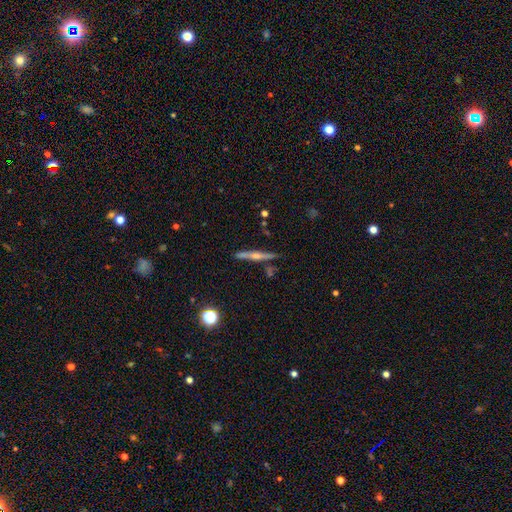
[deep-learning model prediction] Smooth or featured? Predicted: featured or disk (p=0.69). Edge-on disk? Predicted: yes (p=0.97). Edge-on bulge? Predicted: rounded (p=0.84). Merging? Predicted: none (p=0.84).